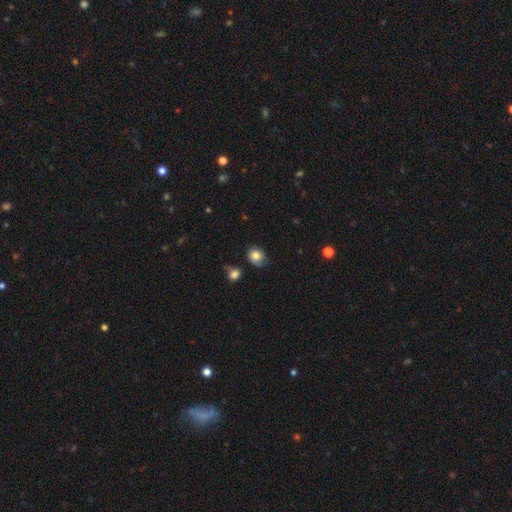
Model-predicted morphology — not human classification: This appears to be a smooth galaxy with no disk features (79%) that is round (60%). Merging: none (66%).